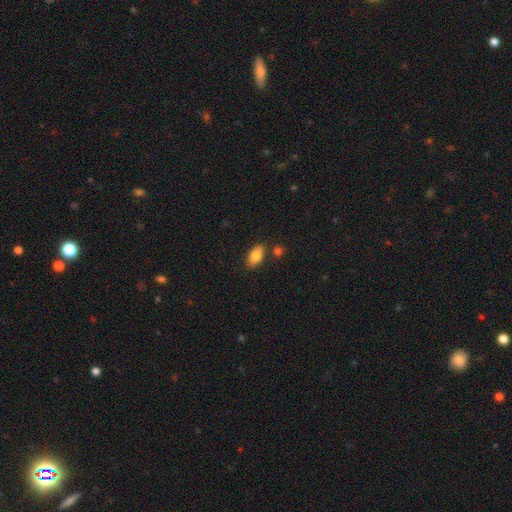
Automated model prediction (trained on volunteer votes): This appears to be a smooth galaxy with no disk features (83%) that is in between round and cigar-shaped (90%). Merging: none (80%).